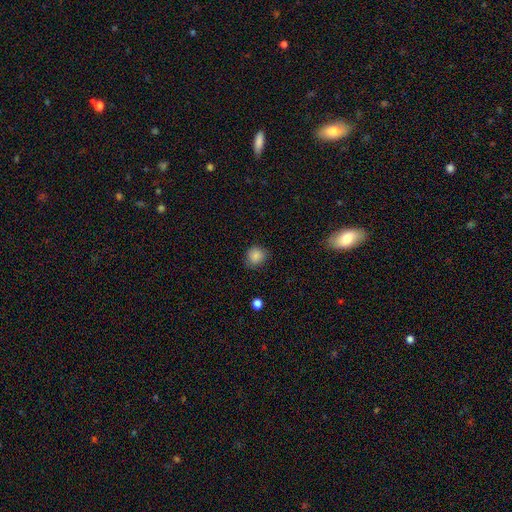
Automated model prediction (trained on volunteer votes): smooth 85%, star or artifact 10%, featured or disk 5%. Down the decision tree: how rounded — round (83%); merging — none (79%).